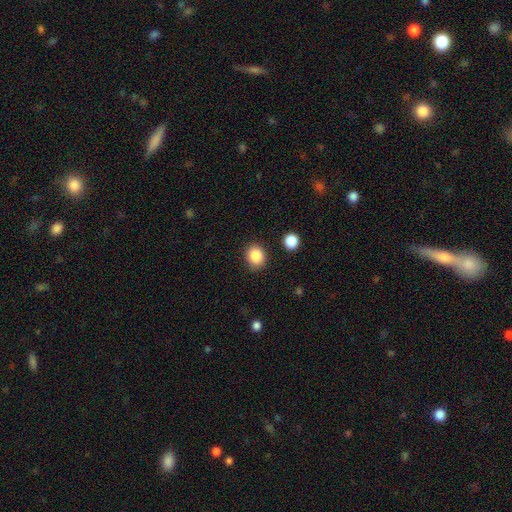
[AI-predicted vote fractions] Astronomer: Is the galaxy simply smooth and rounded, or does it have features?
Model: smooth — 87%.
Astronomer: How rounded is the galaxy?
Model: round — 68%.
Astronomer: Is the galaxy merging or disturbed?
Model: none — 86%.